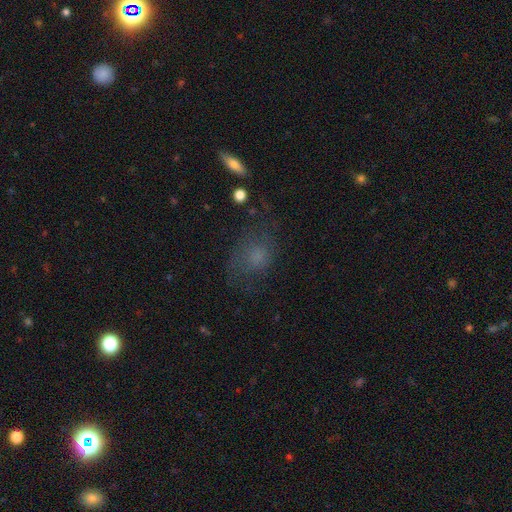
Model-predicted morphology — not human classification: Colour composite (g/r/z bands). It shows a smooth galaxy with no disk features (56%) that is in between round and cigar-shaped (58%). Merging: none (54%).